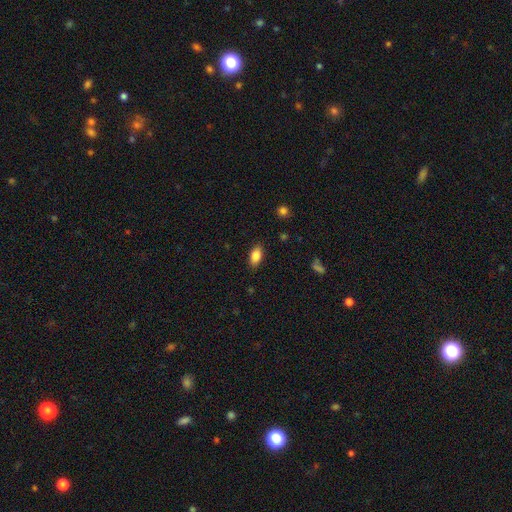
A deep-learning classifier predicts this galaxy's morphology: smooth-or-featured: smooth: 86% | star or artifact: 8% | featured or disk: 6%
  how-rounded: in between: 91% | round: 5% | cigar-shaped: 4%
  merging: none: 87% | minor disturbance: 10% | major disturbance: 2% | merger: 1%